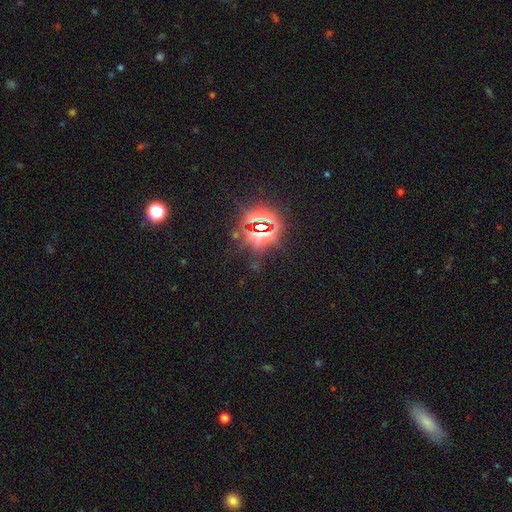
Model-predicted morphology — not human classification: A star or artifact, not a galaxy (82%).